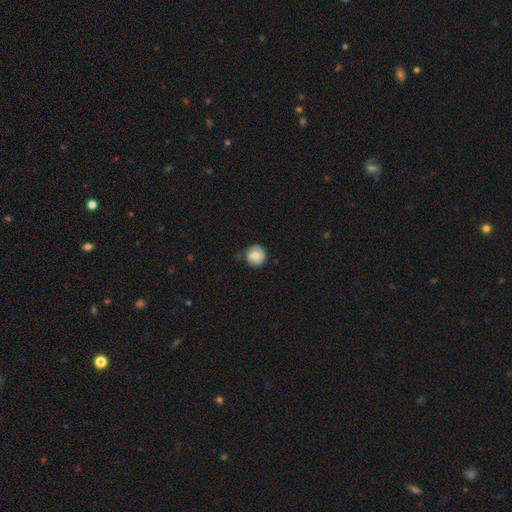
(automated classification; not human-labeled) smooth_or_featured: smooth (p=0.69) [alt: featured or disk p=0.23]
how_rounded: round (p=0.91) [alt: in between p=0.08]
merging: none (p=0.75) [alt: minor disturbance p=0.20]